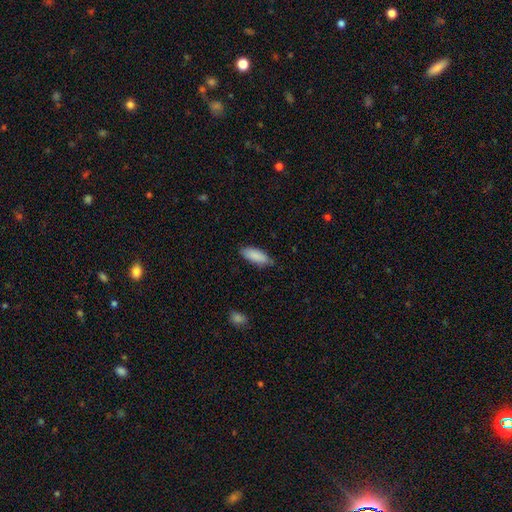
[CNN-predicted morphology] type=smooth (89%); roundness=in between (76%); merging=none (79%).